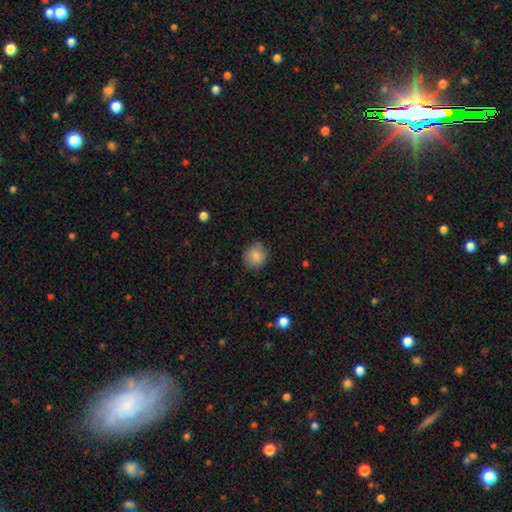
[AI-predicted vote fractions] Smooth or featured? smooth (84%)
How rounded? round (85%)
Merging? none (82%)